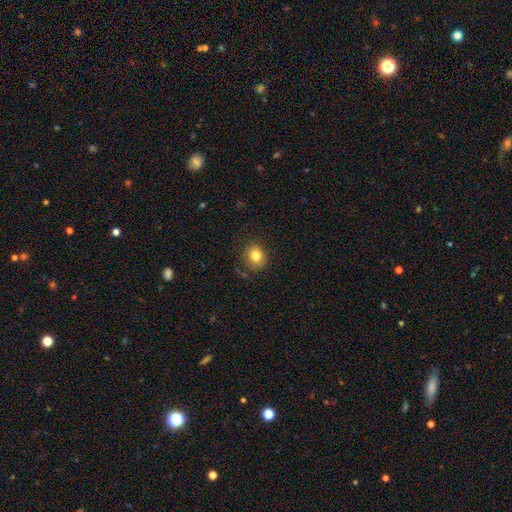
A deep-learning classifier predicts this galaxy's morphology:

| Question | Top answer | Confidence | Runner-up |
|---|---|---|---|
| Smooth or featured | smooth | 81% | star or artifact (11%) |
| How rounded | round | 82% | in between (17%) |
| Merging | none | 83% | minor disturbance (12%) |